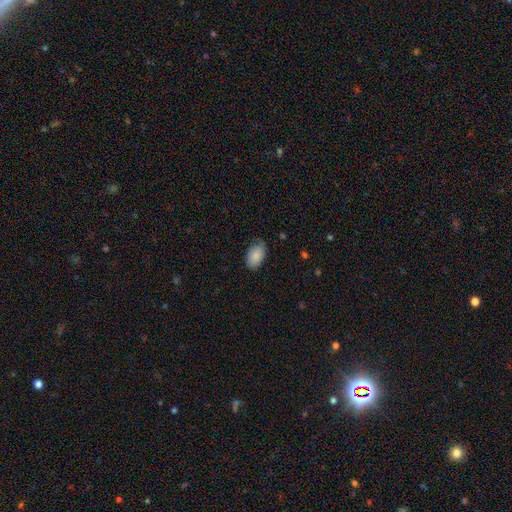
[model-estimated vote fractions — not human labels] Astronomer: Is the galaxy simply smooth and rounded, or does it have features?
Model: smooth — 88%.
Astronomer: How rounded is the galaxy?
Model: in between — 93%.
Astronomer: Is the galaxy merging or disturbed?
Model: none — 77%.